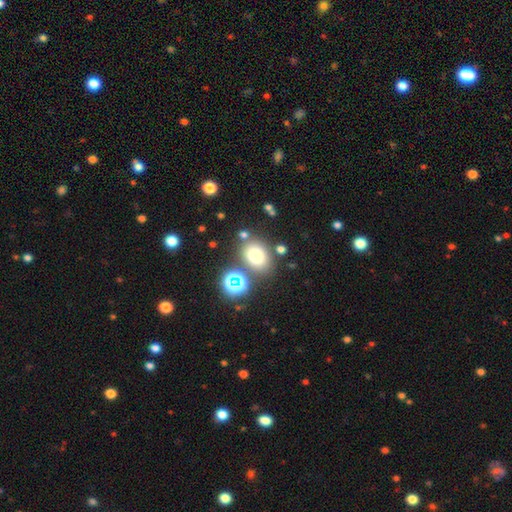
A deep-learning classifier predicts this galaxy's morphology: This appears to be a smooth galaxy with no disk features (71%) that is in between round and cigar-shaped (58%). Merging: none (74%).